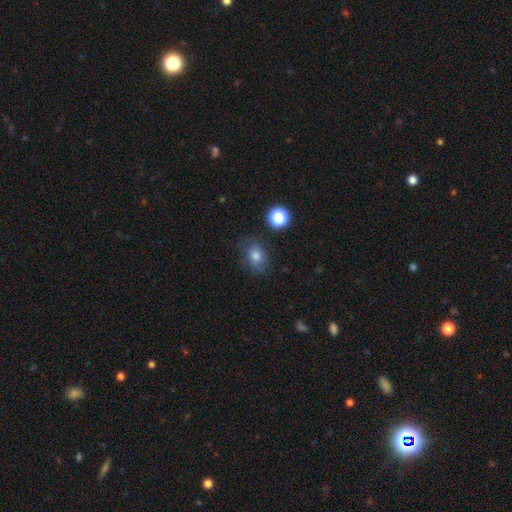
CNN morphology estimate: This is likely a smooth galaxy (74%). How rounded: likely in between (65%). Merging: likely none (72%).